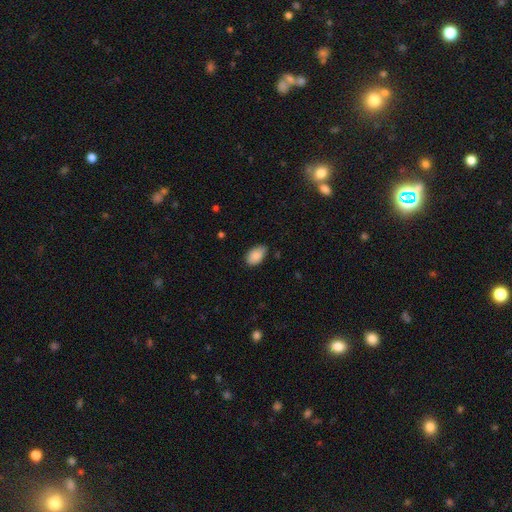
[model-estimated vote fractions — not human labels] Morphology: type=smooth (89%); roundness=in between (92%); merging=none (71%).